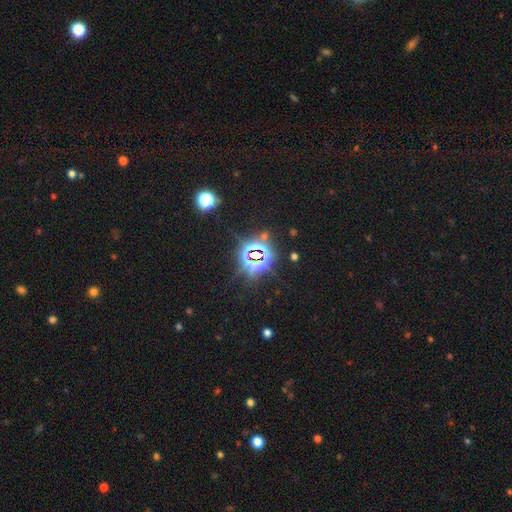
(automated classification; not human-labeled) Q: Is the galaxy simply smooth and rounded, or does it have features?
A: star or artifact — 82%.